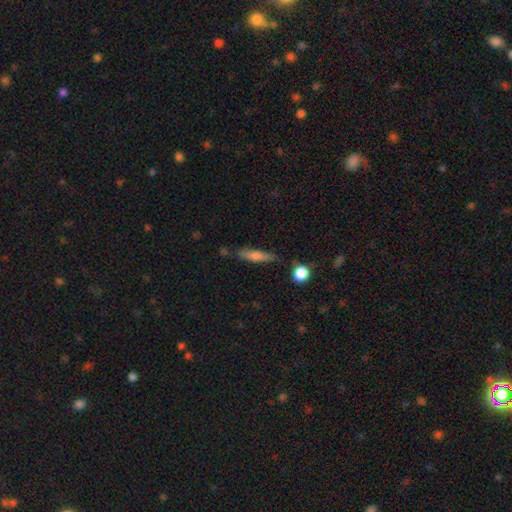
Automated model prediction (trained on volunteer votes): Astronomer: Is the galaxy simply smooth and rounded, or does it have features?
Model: smooth — 59%.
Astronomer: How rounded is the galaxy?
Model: cigar-shaped — 81%.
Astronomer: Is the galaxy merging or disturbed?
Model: none — 79%.